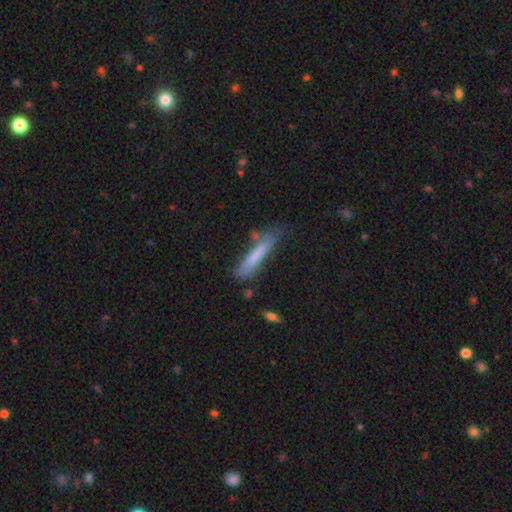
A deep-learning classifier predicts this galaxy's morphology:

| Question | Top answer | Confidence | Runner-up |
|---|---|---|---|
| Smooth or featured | smooth | 72% | featured or disk (21%) |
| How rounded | cigar-shaped | 91% | in between (8%) |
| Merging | none | 68% | minor disturbance (22%) |